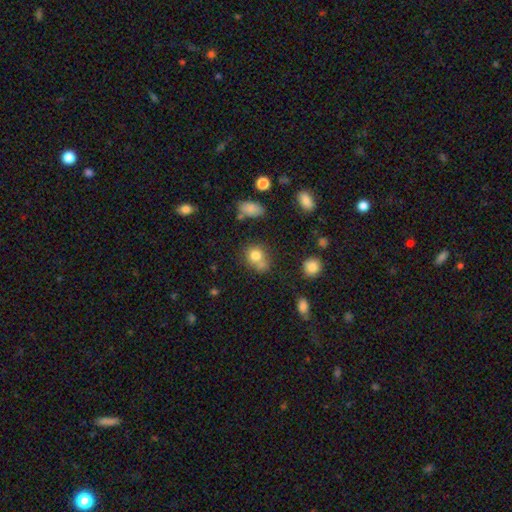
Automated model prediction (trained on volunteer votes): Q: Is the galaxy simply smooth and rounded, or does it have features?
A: smooth — 77%.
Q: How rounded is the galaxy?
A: round — 68%.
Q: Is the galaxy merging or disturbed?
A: none — 44%.